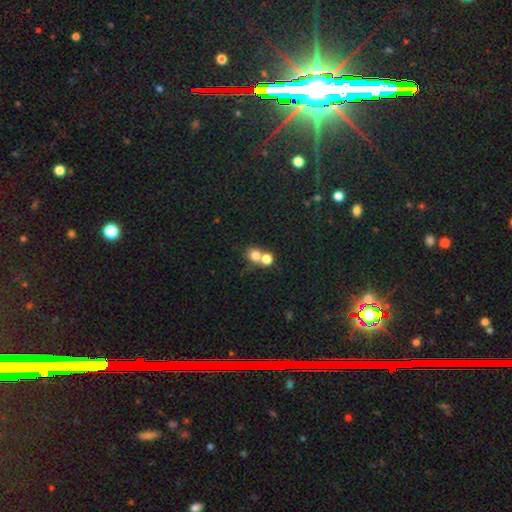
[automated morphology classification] smooth 76%, star or artifact 13%, featured or disk 11%. Down the decision tree: how rounded — round (77%); merging — merger (55%).